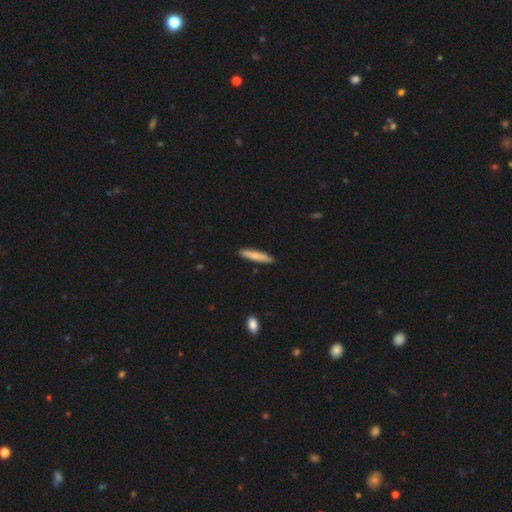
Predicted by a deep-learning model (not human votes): Smooth or featured? Predicted: smooth (p=0.72). How rounded? Predicted: cigar-shaped (p=0.88). Merging? Predicted: none (p=0.90).